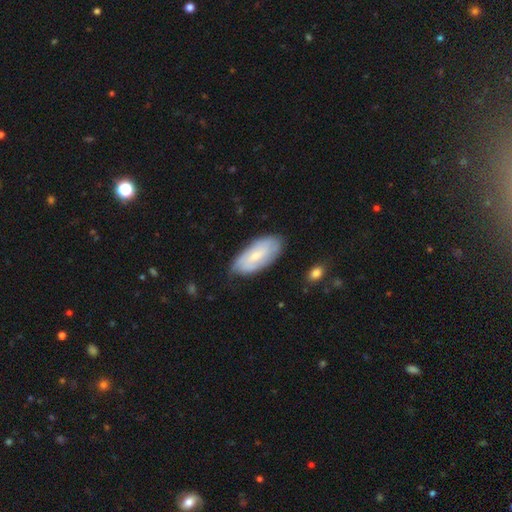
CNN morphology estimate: smooth_or_featured: smooth (p=0.47) [alt: featured or disk p=0.46]
merging: none (p=0.75) [alt: minor disturbance p=0.20]